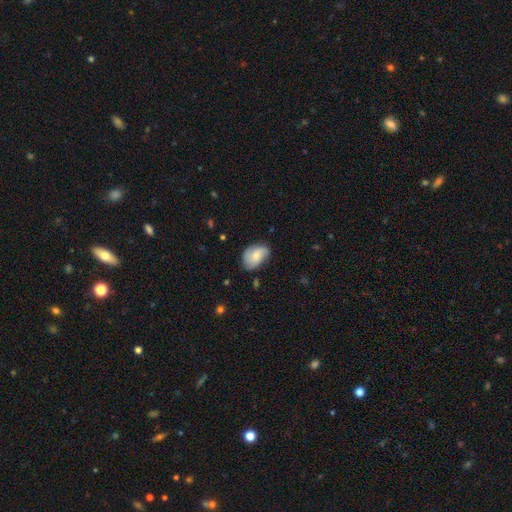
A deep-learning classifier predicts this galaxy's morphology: Smooth or featured? smooth (63%)
How rounded? in between (84%)
Merging? none (59%)